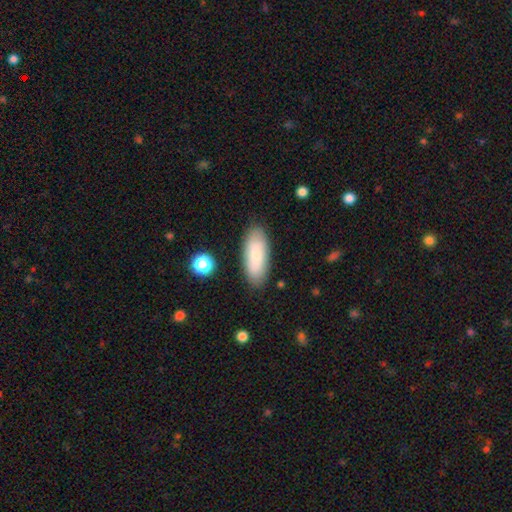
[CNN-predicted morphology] Q: Smooth or featured?
A: smooth (76%); runner-up: featured or disk (18%)
Q: How rounded?
A: in between (80%); runner-up: cigar-shaped (18%)
Q: Merging?
A: none (84%); runner-up: minor disturbance (12%)